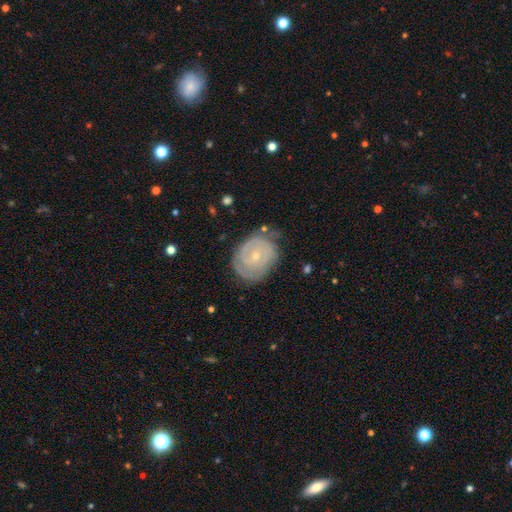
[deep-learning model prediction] A featured or disk galaxy (76%) with no bar (71%), 2 (39%) tight (74%) spiral arms (87%) and a small central bulge (73%). Merging: none (67%).